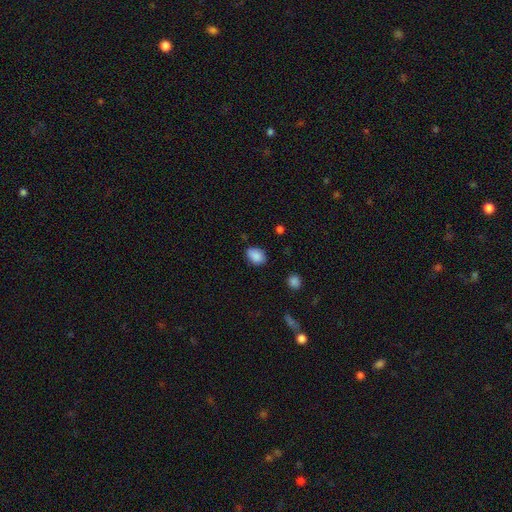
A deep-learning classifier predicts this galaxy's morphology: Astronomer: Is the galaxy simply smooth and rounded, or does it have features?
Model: smooth — 88%.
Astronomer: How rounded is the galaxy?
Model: in between — 73%.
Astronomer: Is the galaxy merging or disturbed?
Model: none — 78%.